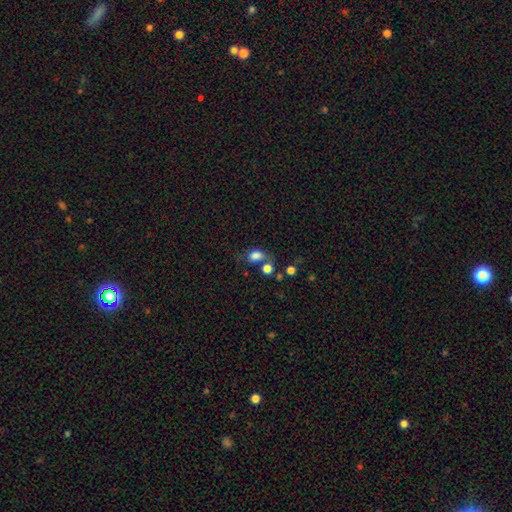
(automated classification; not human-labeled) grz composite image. It shows a smooth galaxy with no disk features (79%) that is in between round and cigar-shaped (69%). Merging: none (46%).